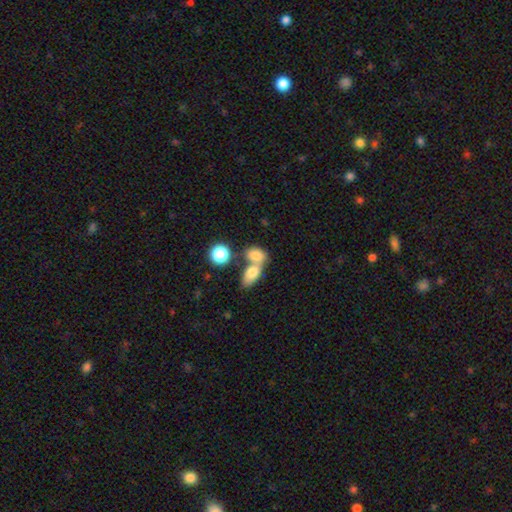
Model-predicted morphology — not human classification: Smooth or featured? smooth (77%)
How rounded? in between (79%)
Merging? merger (58%)